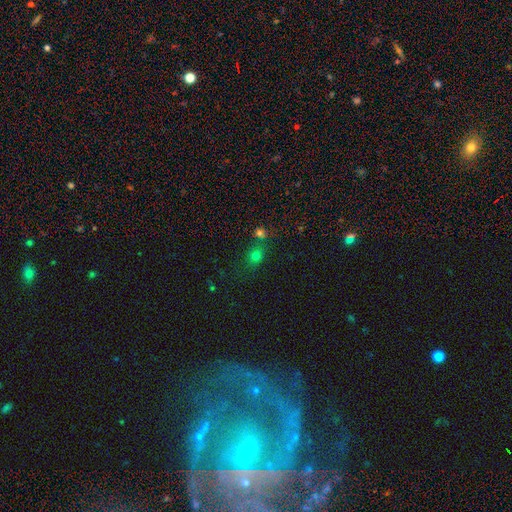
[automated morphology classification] A smooth galaxy with no disk features (69%) that is round (72%). Merging: none (65%).